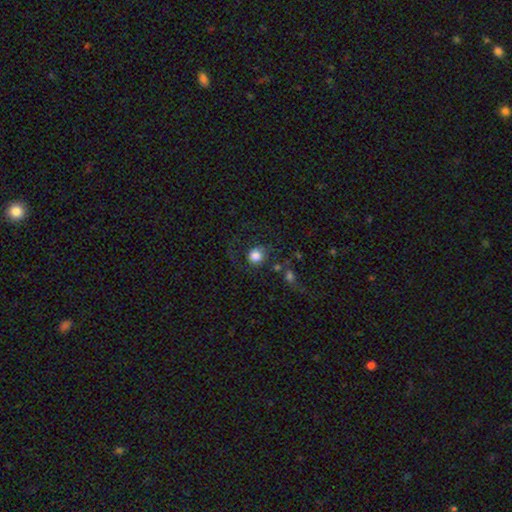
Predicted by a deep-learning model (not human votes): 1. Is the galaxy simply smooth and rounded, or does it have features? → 79% smooth, 12% featured or disk, 9% star or artifact.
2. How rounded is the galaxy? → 87% round, 12% in between, 1% cigar-shaped.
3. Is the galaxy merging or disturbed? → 63% none, 15% minor disturbance, 15% major disturbance, 6% merger.